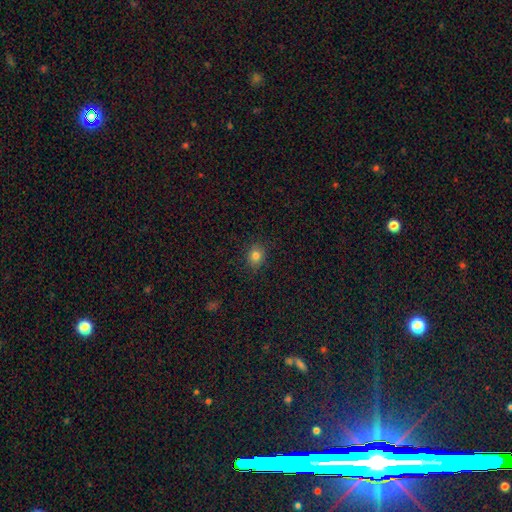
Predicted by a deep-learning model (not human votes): Smooth or featured: smooth — 80% (star or artifact — 13%)
How rounded: round — 58% (in between — 41%)
Merging: none — 87% (minor disturbance — 10%)